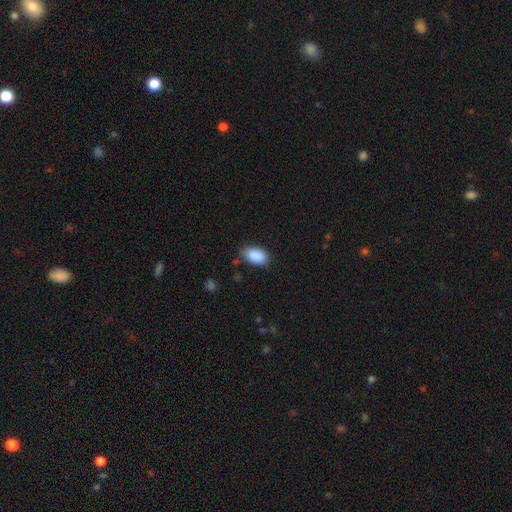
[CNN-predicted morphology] Overall: smooth (89%). How rounded: in between (92%). Merging: none (75%).